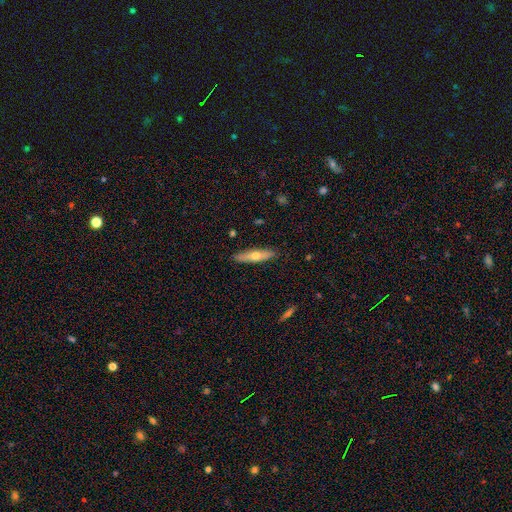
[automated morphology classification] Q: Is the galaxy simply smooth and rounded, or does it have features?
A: smooth — 53%.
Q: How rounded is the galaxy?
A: cigar-shaped — 75%.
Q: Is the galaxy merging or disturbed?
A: none — 89%.